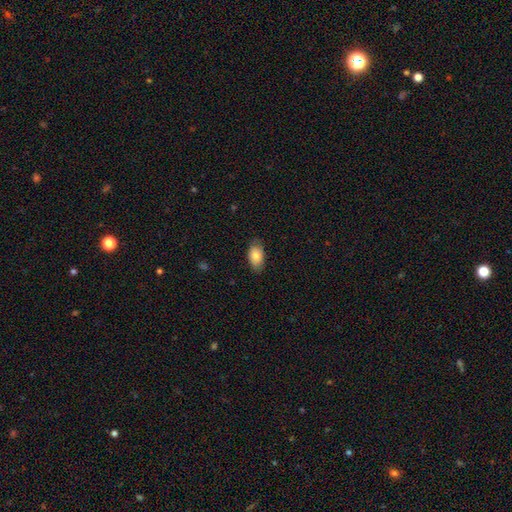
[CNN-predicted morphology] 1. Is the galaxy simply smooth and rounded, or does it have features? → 82% smooth, 12% featured or disk, 7% star or artifact.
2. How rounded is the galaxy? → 92% in between, 6% round, 2% cigar-shaped.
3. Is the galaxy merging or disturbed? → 79% none, 17% minor disturbance, 3% major disturbance, 1% merger.